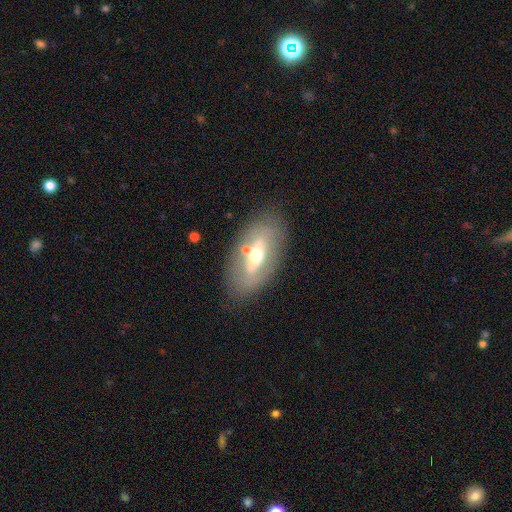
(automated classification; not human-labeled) Smooth or featured? featured or disk (58%)
Edge-on disk? no (82%)
Merging? none (74%)